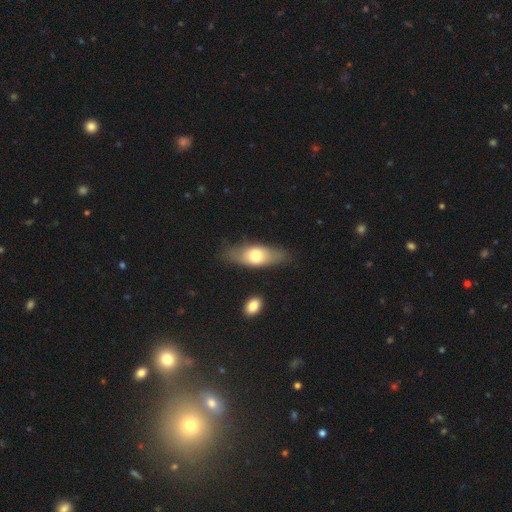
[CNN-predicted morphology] Overall: smooth (64%; featured or disk 30%). How rounded: in between (70%). Merging: none (73%).